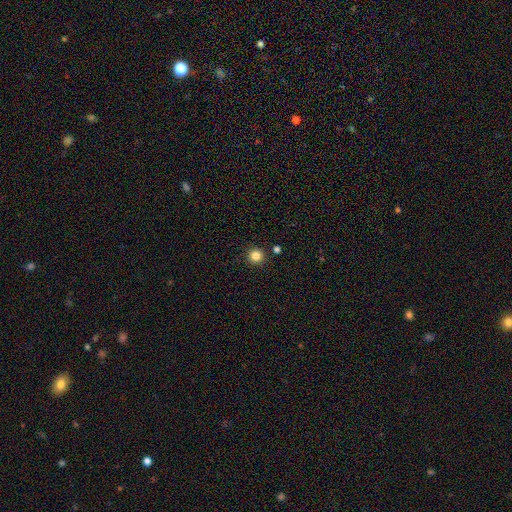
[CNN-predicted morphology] This appears to be a smooth galaxy with no disk features (84%) that is round (96%). Merging: none (90%).